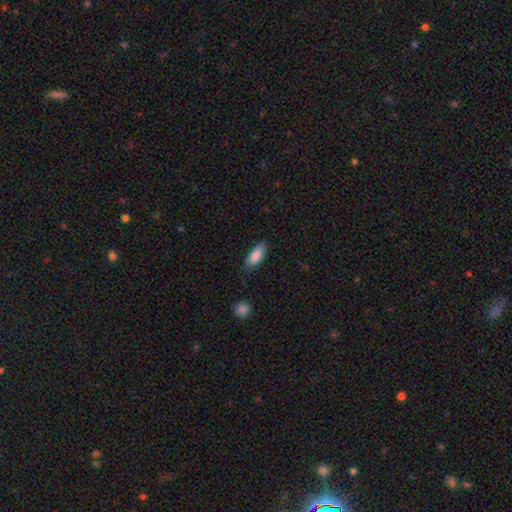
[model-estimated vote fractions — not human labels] Morphology: type=smooth (84%); roundness=in between (81%); merging=none (74%).